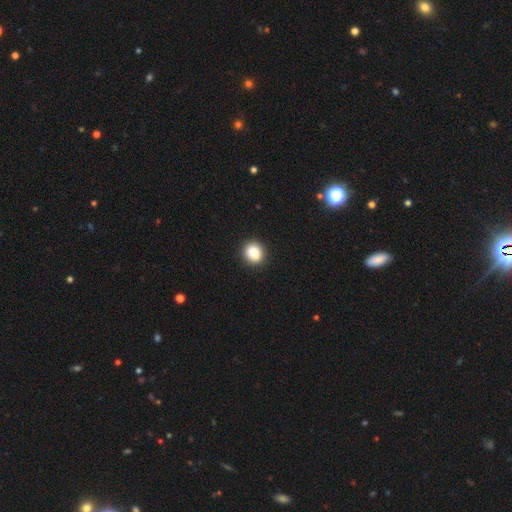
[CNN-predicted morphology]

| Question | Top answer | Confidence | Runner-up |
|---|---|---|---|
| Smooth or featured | smooth | 86% | star or artifact (10%) |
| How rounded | round | 69% | in between (30%) |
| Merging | none | 88% | minor disturbance (9%) |